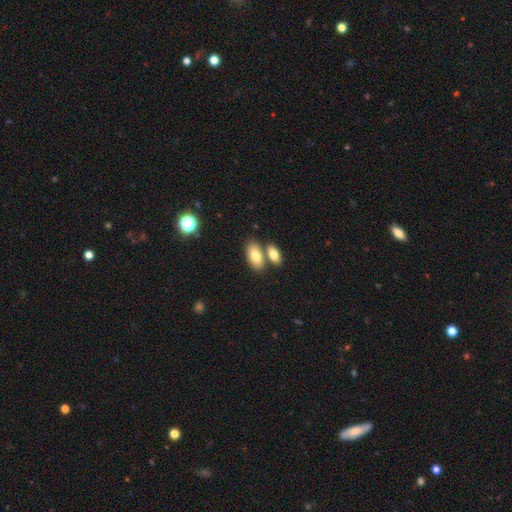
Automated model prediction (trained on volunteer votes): Morphology: type=smooth (79%); roundness=in between (91%); merging=none (53%).